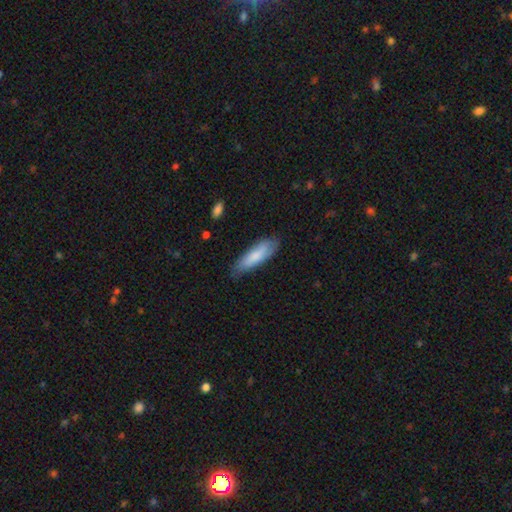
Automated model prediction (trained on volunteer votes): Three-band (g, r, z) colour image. It shows a smooth galaxy with no disk features (78%) that is cigar-shaped (58%). Merging: none (76%).